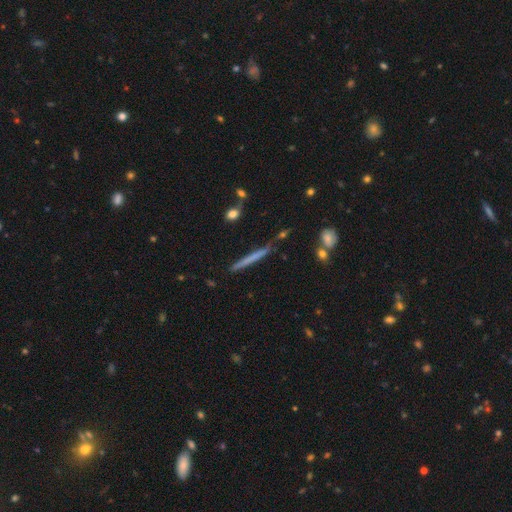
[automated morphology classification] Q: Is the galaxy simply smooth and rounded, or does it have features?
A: smooth — 50%.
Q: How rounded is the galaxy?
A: cigar-shaped — 96%.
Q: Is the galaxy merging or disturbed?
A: none — 84%.